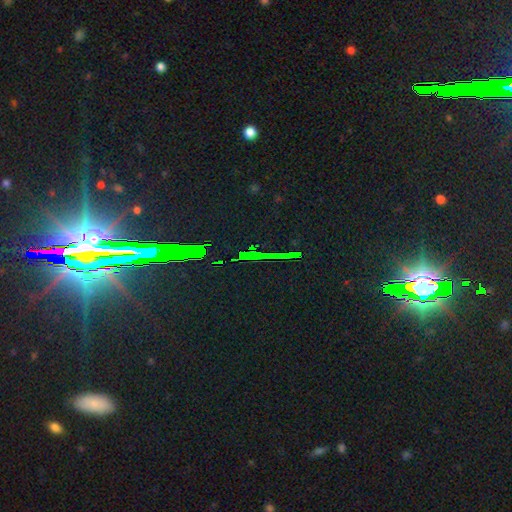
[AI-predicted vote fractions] Morphology: type=star or artifact (81%).